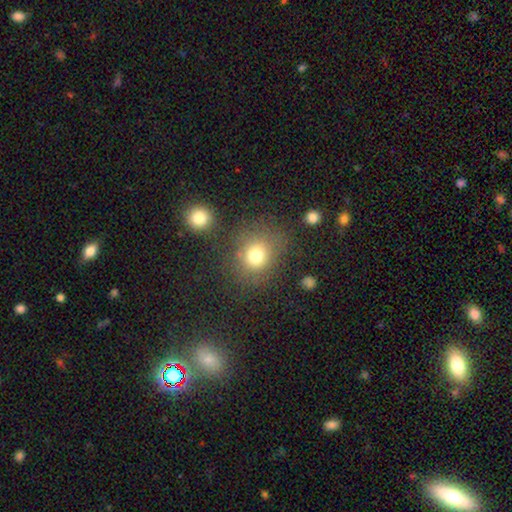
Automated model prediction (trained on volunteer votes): A smooth galaxy with no disk features (75%) that is round (72%). Merging: none (75%).